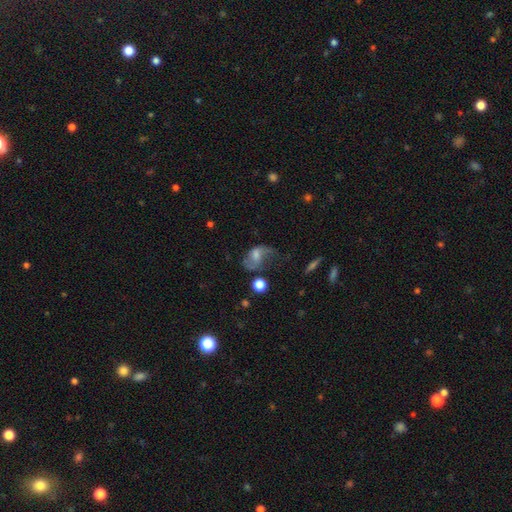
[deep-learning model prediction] This appears to be a featured or disk galaxy (50%). Merging: none (37%).